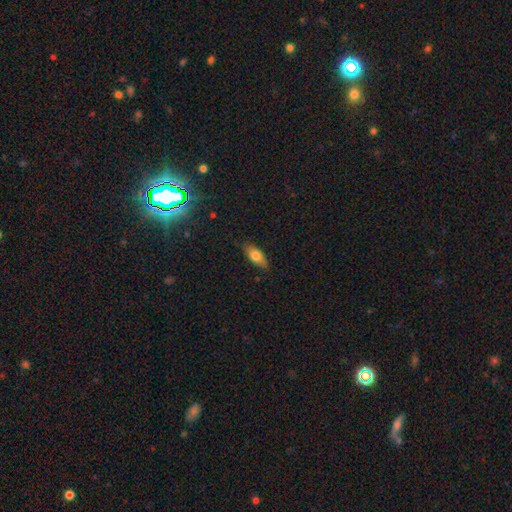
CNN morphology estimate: Smooth or featured? Predicted: smooth (p=0.72). How rounded? Predicted: in between (p=0.78). Merging? Predicted: none (p=0.83).